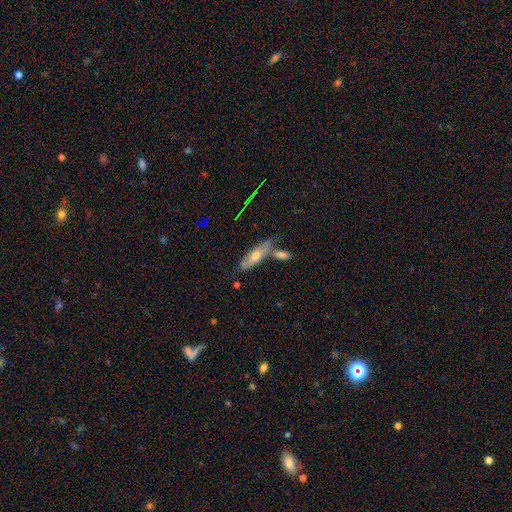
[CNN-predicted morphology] smooth-or-featured: smooth: 52% | featured or disk: 41% | star or artifact: 7%
  how-rounded: in between: 53% | cigar-shaped: 45% | round: 2%
  merging: none: 54% | merger: 24% | minor disturbance: 17% | major disturbance: 5%